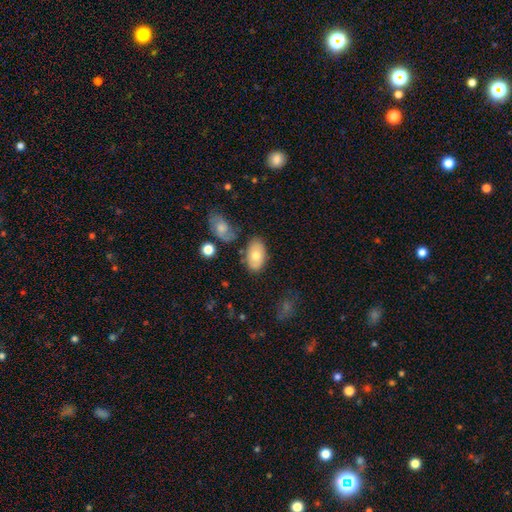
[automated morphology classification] This is likely a smooth galaxy (72%). How rounded: clearly in between (93%). Merging: likely none (73%).